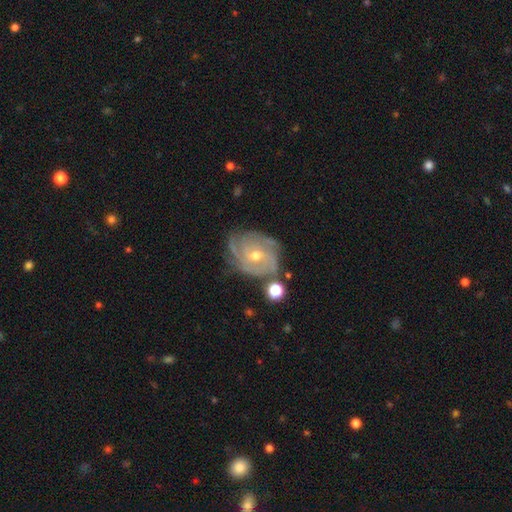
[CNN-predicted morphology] Smooth or featured: featured or disk — 86% (smooth — 8%)
Edge-on disk: no — 97% (yes — 3%)
Bar: no — 65% (weak — 29%)
Spiral arms: yes — 96% (no — 4%)
Spiral winding: tight — 66% (medium — 28%)
Spiral arm count: 3 — 33% (can't tell — 23%)
Bulge size: moderate — 56% (small — 41%)
Merging: none — 69% (minor disturbance — 20%)